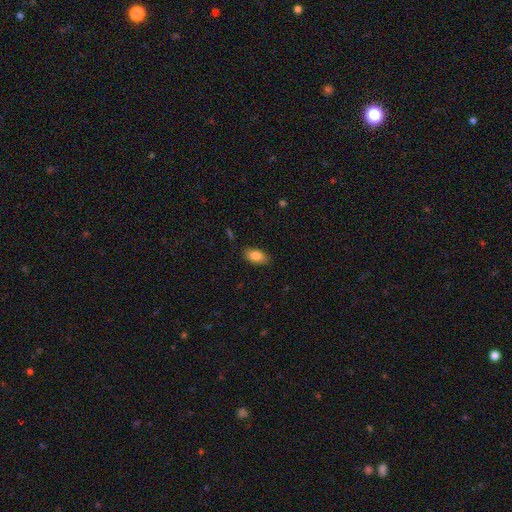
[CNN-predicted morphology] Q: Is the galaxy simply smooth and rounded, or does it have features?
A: smooth — 83%.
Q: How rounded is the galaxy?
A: in between — 92%.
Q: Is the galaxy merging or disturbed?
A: none — 86%.